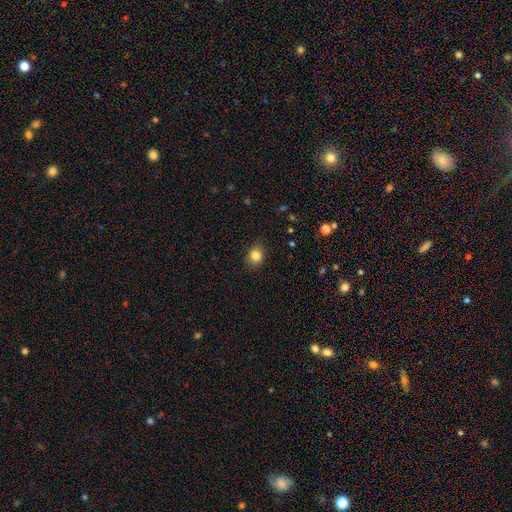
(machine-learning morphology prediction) Q: Smooth or featured?
A: smooth (83%); runner-up: star or artifact (11%)
Q: How rounded?
A: round (60%); runner-up: in between (39%)
Q: Merging?
A: none (84%); runner-up: minor disturbance (12%)